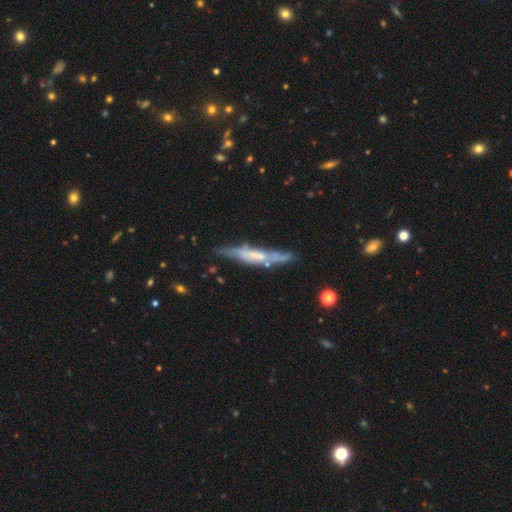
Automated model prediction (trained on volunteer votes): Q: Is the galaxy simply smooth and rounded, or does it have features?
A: featured or disk — 58%.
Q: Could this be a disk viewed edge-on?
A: yes — 80%.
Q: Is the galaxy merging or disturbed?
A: none — 65%.